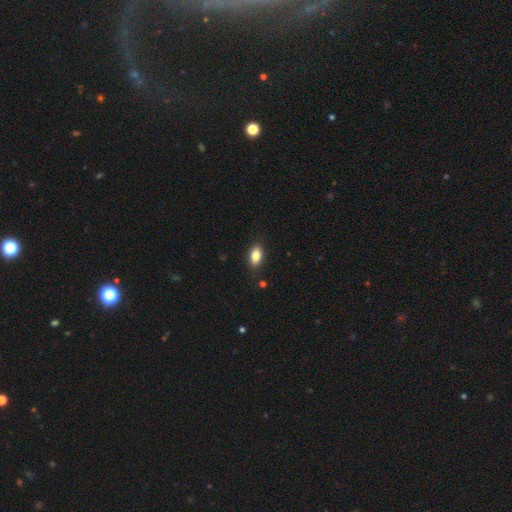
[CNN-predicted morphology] This is clearly a smooth galaxy (83%). How rounded: clearly in between (89%). Merging: clearly none (86%).